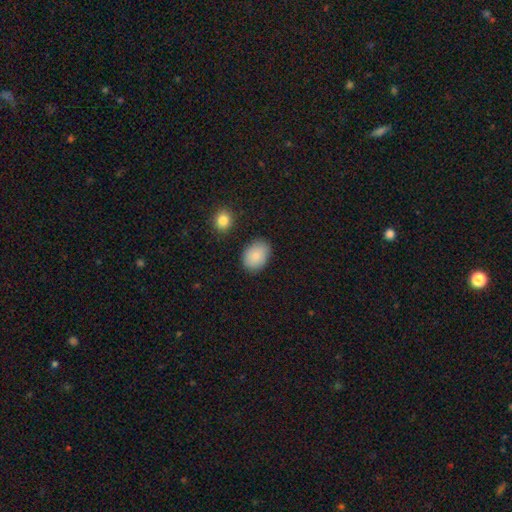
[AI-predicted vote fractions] Smooth or featured? smooth (87%)
How rounded? in between (78%)
Merging? none (81%)